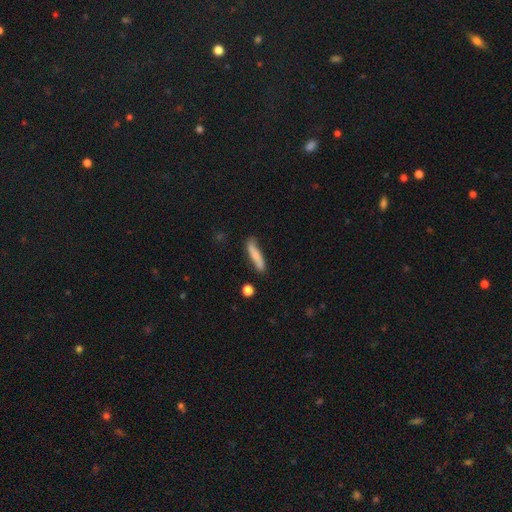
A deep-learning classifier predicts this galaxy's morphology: The model was most divided on "smooth or featured": smooth: 64%, featured or disk: 29%, star or artifact: 7%. More confident: how rounded — cigar-shaped (84%); merging — none (72%).